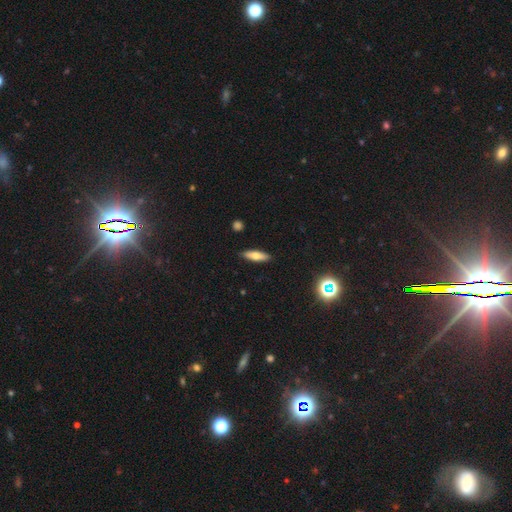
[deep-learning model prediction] The model was most divided on "how rounded": cigar-shaped: 56%, in between: 42%, round: 2%. More confident: merging — none (89%); smooth or featured — smooth (65%).